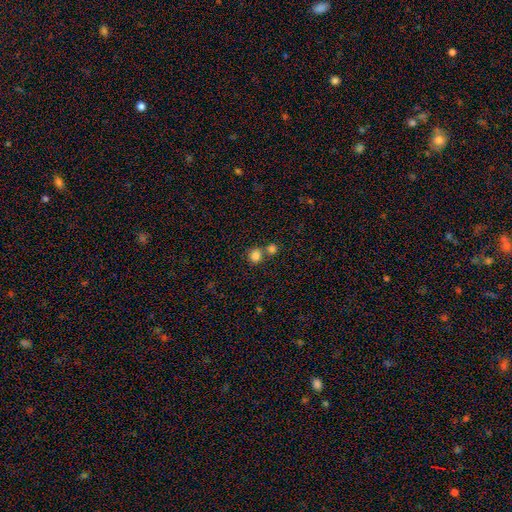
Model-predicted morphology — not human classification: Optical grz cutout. It shows a smooth galaxy with no disk features (83%) that is round (90%). Merging: none (58%).